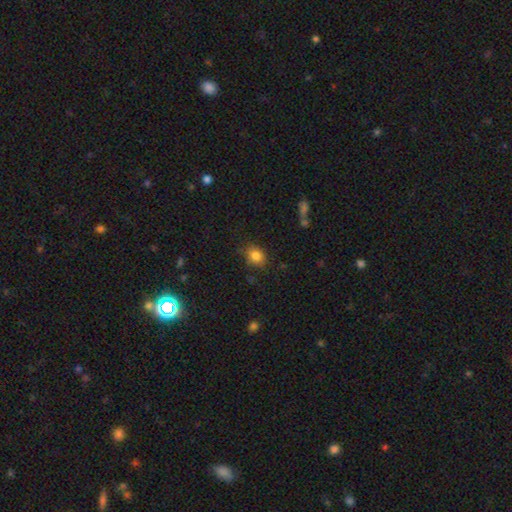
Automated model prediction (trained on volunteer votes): This appears to be a smooth galaxy with no disk features (83%) that is round (53%). Merging: none (77%).